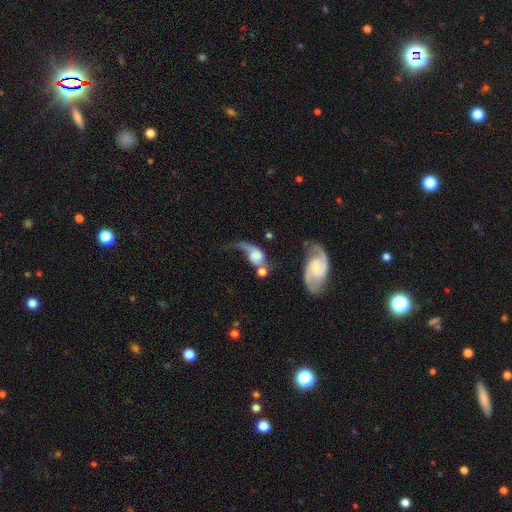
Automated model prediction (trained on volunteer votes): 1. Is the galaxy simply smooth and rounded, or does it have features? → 61% featured or disk, 31% smooth, 8% star or artifact.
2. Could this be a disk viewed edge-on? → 93% no, 7% yes.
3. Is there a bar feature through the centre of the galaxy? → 65% no, 27% weak, 8% strong.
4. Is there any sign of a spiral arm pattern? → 81% yes, 19% no.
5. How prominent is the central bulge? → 25% small, 24% moderate, 23% none, 21% large, 7% dominant.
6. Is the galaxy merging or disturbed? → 41% merger, 29% major disturbance, 17% none, 13% minor disturbance.